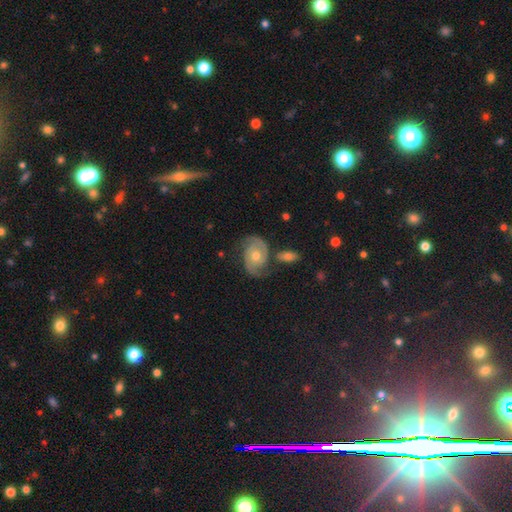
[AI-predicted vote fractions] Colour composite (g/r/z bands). It shows a featured or disk galaxy (83%) with no bar (71%), 2 (88%) medium (45%) spiral arms (95%) and a moderate central bulge (71%). Merging: none (66%).